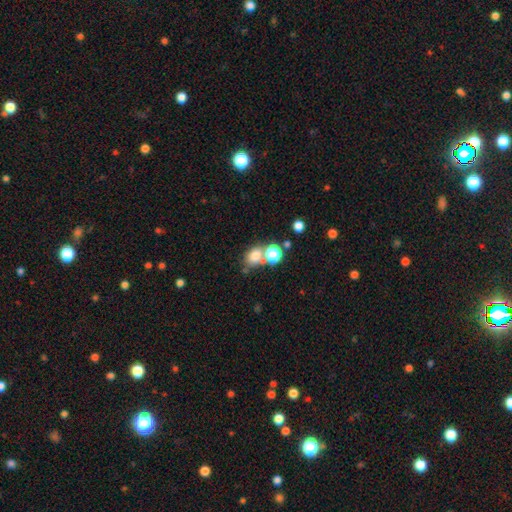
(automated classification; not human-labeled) Smooth or featured?
  - smooth: 74% *
  - star or artifact: 16%
  - featured or disk: 11%
How rounded?
  - round: 50% *
  - in between: 49%
  - cigar-shaped: 1%
Merging?
  - none: 48% *
  - merger: 37%
  - minor disturbance: 10%
  - major disturbance: 5%